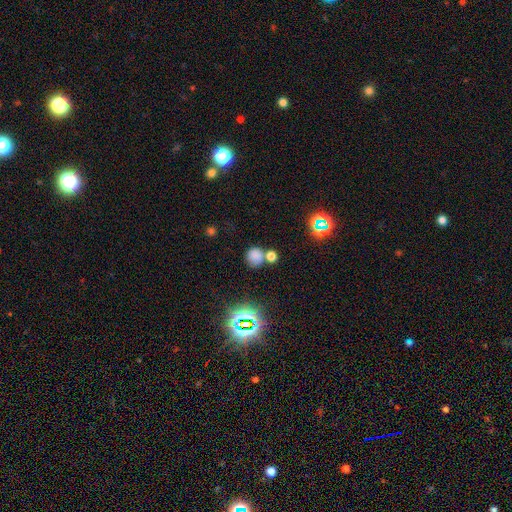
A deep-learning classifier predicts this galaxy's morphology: Smooth or featured?
  - smooth: 71% *
  - star or artifact: 21%
  - featured or disk: 8%
How rounded?
  - round: 86% *
  - in between: 13%
  - cigar-shaped: 1%
Merging?
  - none: 55% *
  - merger: 28%
  - minor disturbance: 11%
  - major disturbance: 5%